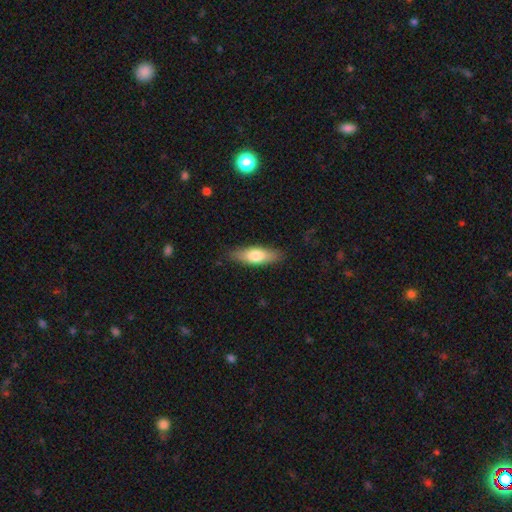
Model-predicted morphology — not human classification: The model was most divided on "how rounded": in between: 59%, cigar-shaped: 39%, round: 2%. More confident: merging — none (84%); smooth or featured — smooth (71%).